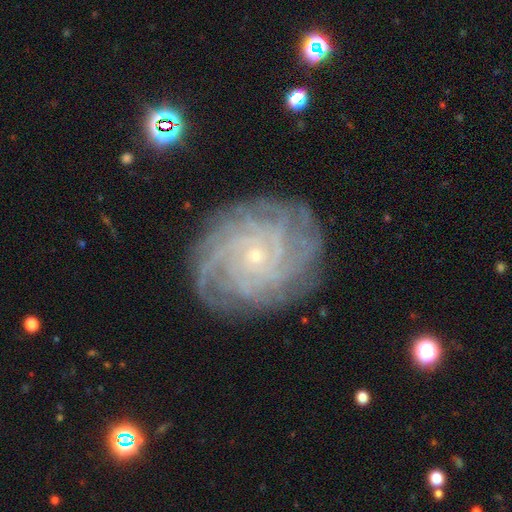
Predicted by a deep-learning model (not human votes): A featured or disk galaxy (88%) with no bar (79%), more than 4 (34%) tight (80%) spiral arms (98%) and a small central bulge (87%).

Vote fractions:
- Smooth or featured? featured or disk: 88% / star or artifact: 6% / smooth: 6%
- Edge-on disk? no: 97% / yes: 3%
- Bar? no: 79% / weak: 16% / strong: 5%
- Spiral arms? yes: 98% / no: 2%
- Spiral winding? tight: 80% / medium: 16% / loose: 3%
- Spiral arm count? more than 4: 34% / 4: 20% / can't tell: 20% / 3: 10% / 2: 8% / 1: 8%
- Bulge size? small: 87% / moderate: 9% / none: 1% / large: 1% / dominant: 1%
- Merging? none: 83% / minor disturbance: 12% / major disturbance: 4% / merger: 1%